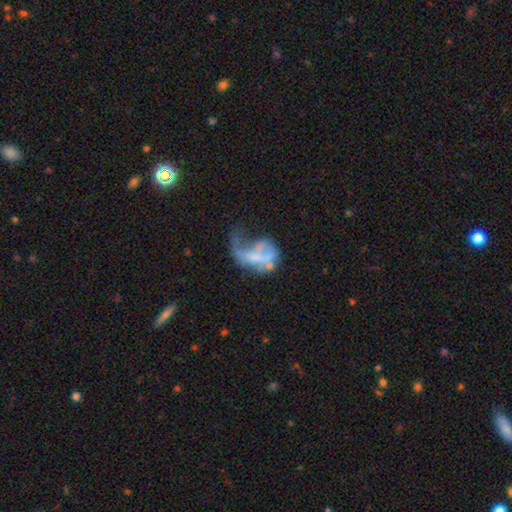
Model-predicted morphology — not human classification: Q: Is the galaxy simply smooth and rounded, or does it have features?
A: featured or disk — 54%.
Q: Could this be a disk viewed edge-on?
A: no — 97%.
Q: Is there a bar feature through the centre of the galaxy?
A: no — 73%.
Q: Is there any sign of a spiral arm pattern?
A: no — 71%.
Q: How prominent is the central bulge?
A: none — 64%.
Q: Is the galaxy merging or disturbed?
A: major disturbance — 59%.